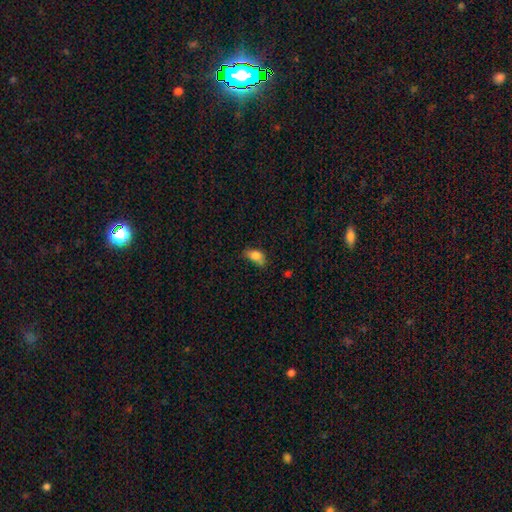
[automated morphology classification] type=smooth (81%); roundness=in between (85%); merging=minor disturbance (40%, tied with none).